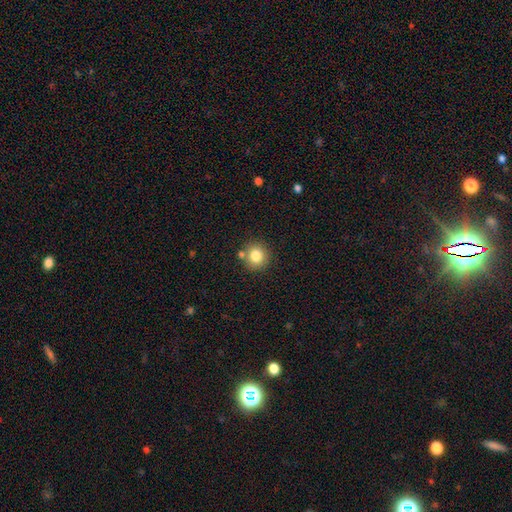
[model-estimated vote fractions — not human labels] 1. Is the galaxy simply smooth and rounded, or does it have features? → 81% smooth, 11% star or artifact, 8% featured or disk.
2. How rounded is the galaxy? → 91% round, 8% in between, 1% cigar-shaped.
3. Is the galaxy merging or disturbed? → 79% none, 9% merger, 9% minor disturbance, 3% major disturbance.